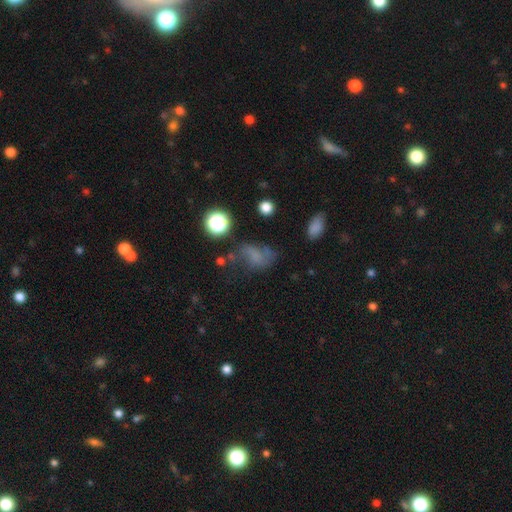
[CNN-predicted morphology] A smooth galaxy with no disk features (53%) that is in between round and cigar-shaped (69%). Merging: none (41%).